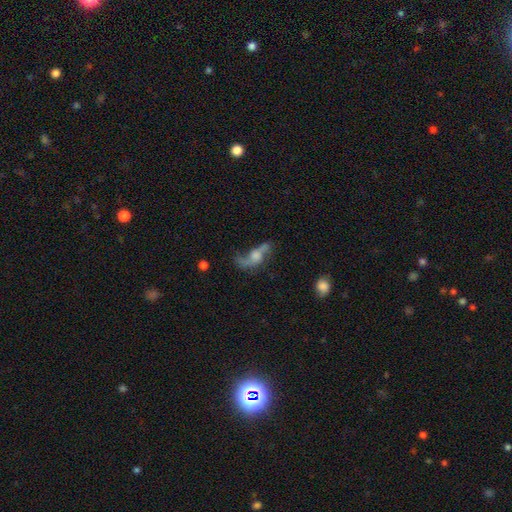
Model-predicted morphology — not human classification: smooth-or-featured: featured or disk: 70% | smooth: 20% | star or artifact: 10%
  disk-edge-on: no: 88% | yes: 12%
    bar: no: 64% | weak: 28% | strong: 8%
    has-spiral-arms: yes: 84% | no: 16%
      spiral-winding: loose: 88% | medium: 9% | tight: 3%
      spiral-arm-count: 2: 86% | 1: 7% | can't tell: 4% | 3: 1% | 4: 1% | more than 4: 1%
    bulge-size: moderate: 36% | small: 27% | none: 19% | large: 15% | dominant: 3%
  merging: none: 46% | major disturbance: 26% | minor disturbance: 20% | merger: 7%